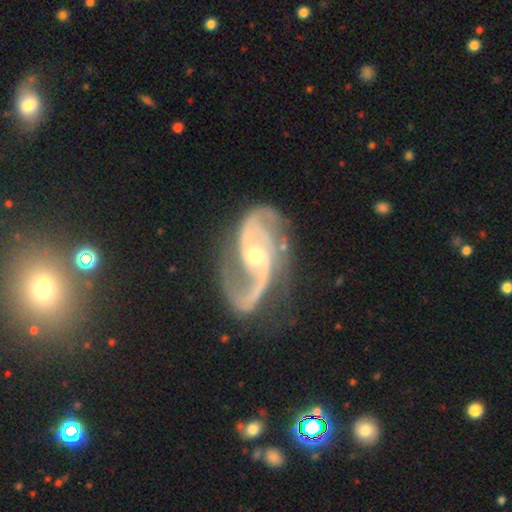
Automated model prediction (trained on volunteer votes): A featured or disk galaxy (92%) with no bar (46%), 2 (86%) medium (54%) spiral arms (98%) and a moderate central bulge (51%). Merging: none (66%).